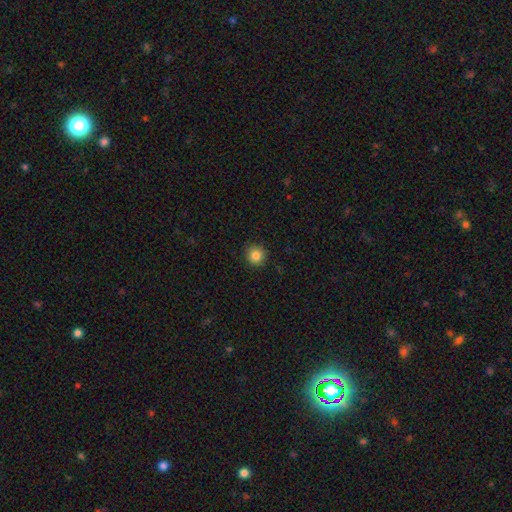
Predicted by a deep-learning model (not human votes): A smooth galaxy with no disk features (84%) that is round (94%).

Vote fractions:
- Smooth or featured? smooth: 84% / star or artifact: 11% / featured or disk: 5%
- How rounded? round: 94% / in between: 5% / cigar-shaped: 1%
- Merging? none: 90% / minor disturbance: 7% / major disturbance: 2% / merger: 1%